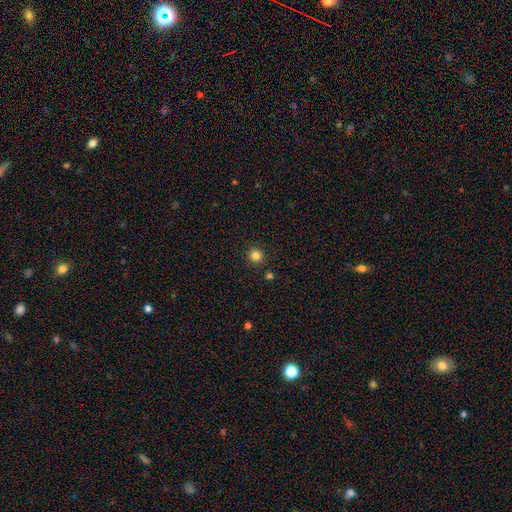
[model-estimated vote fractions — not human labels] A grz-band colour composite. It shows a smooth galaxy with no disk features (83%) that is round (94%). Merging: none (90%).